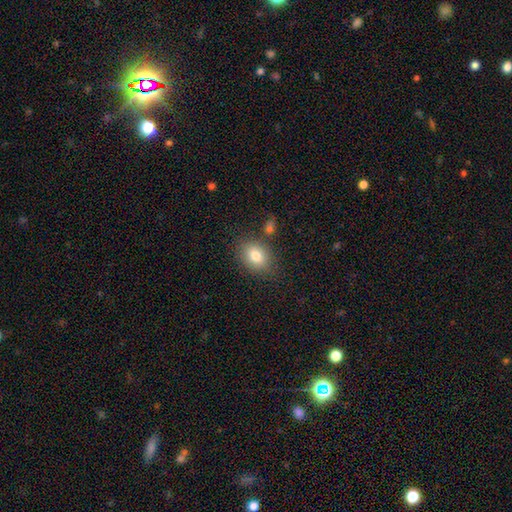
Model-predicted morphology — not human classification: The model was most divided on "how rounded": in between: 59%, round: 40%, cigar-shaped: 1%. More confident: smooth or featured — smooth (79%); merging — none (77%).